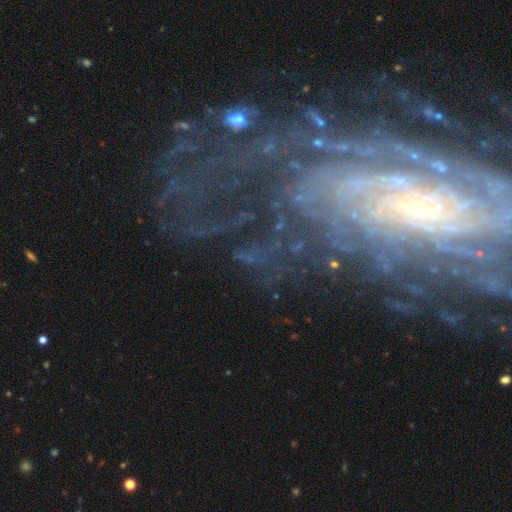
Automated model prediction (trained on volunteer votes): This appears to be a featured or disk galaxy (75%) with no bar (50%), tight (67%) spiral arms (90%) and a small central bulge (68%). Merging: none (65%).